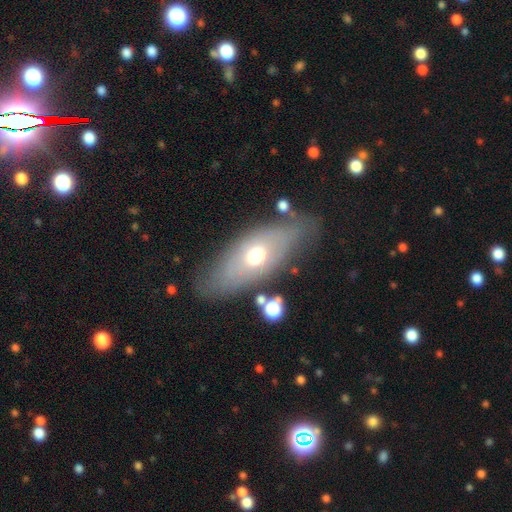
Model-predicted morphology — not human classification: Overall: smooth (52%; featured or disk 40%). How rounded: in between (76%). Merging: none (73%).